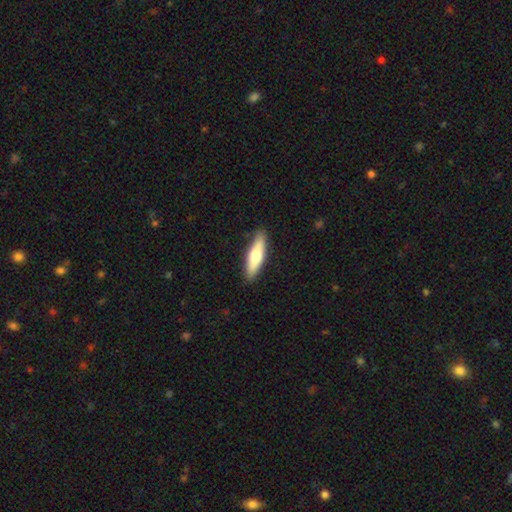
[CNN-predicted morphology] A smooth galaxy with no disk features (64%) that is cigar-shaped (70%). Merging: none (88%).